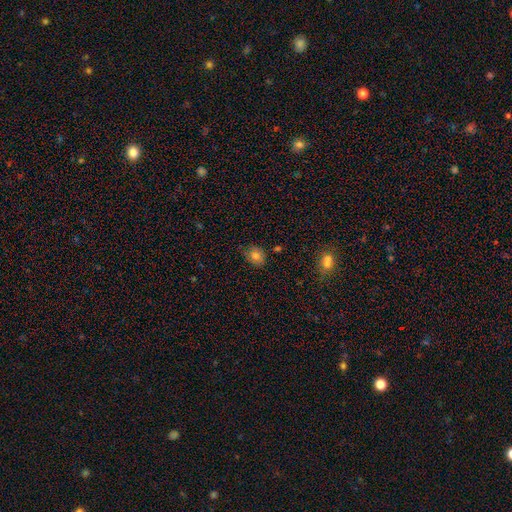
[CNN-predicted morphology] Overall: smooth (80%). How rounded: round (53%; in between 46%). Merging: none (73%).